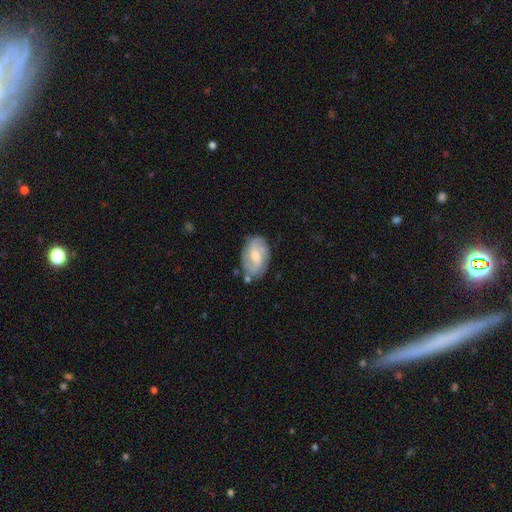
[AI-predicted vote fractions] Q: Smooth or featured?
A: featured or disk (60%); runner-up: smooth (33%)
Q: Edge-on disk?
A: no (96%); runner-up: yes (4%)
Q: Bar?
A: weak (52%); runner-up: no (37%)
Q: Spiral arms?
A: yes (85%); runner-up: no (15%)
Q: Bulge size?
A: moderate (56%); runner-up: small (34%)
Q: Merging?
A: none (69%); runner-up: minor disturbance (21%)